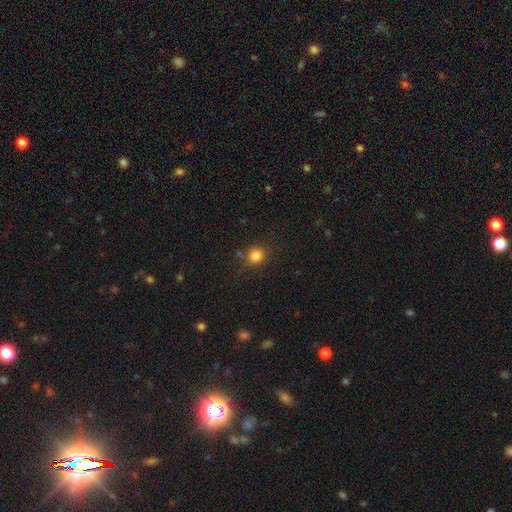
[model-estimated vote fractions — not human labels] Q: Smooth or featured?
A: smooth (83%); runner-up: star or artifact (12%)
Q: How rounded?
A: round (80%); runner-up: in between (19%)
Q: Merging?
A: none (79%); runner-up: minor disturbance (12%)